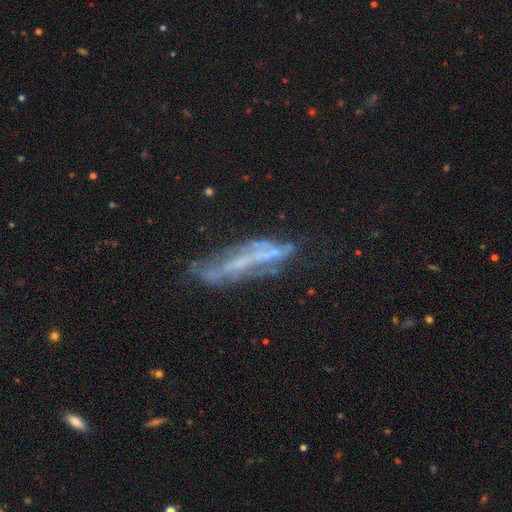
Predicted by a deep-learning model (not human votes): Smooth or featured? featured or disk (65%)
Edge-on disk? no (56%)
Merging? none (49%)